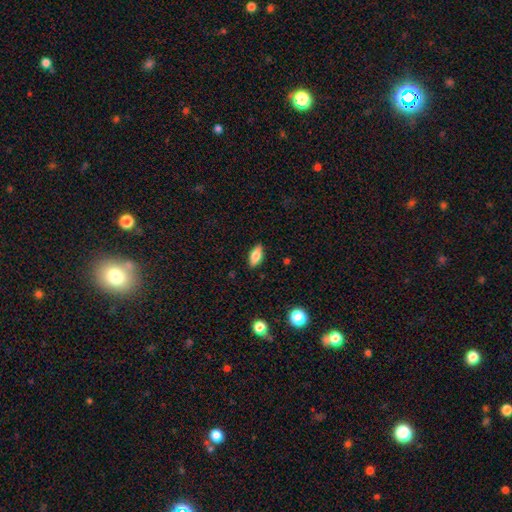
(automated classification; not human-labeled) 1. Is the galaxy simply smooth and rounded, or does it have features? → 74% smooth, 18% featured or disk, 8% star or artifact.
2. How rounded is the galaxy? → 81% in between, 16% cigar-shaped, 3% round.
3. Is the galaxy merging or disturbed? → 87% none, 10% minor disturbance, 2% major disturbance, 1% merger.